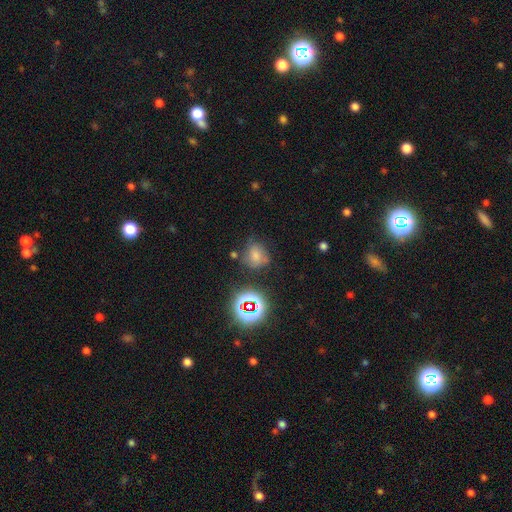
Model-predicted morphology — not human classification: Smooth or featured: smooth — 45% (star or artifact — 39%)
Merging: none — 69% (minor disturbance — 19%)